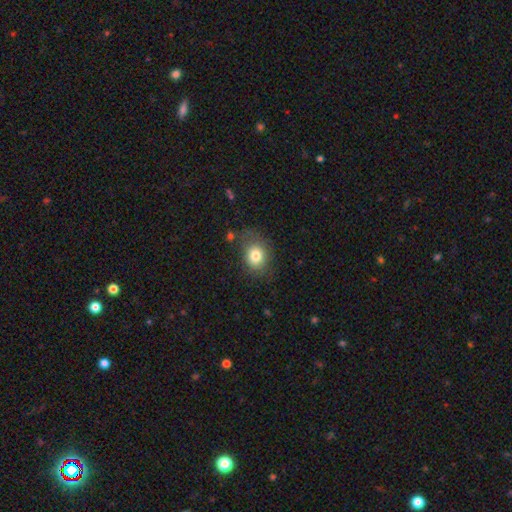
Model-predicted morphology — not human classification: This is likely a smooth galaxy (79%). How rounded: possibly round (50%). Merging: likely none (67%).